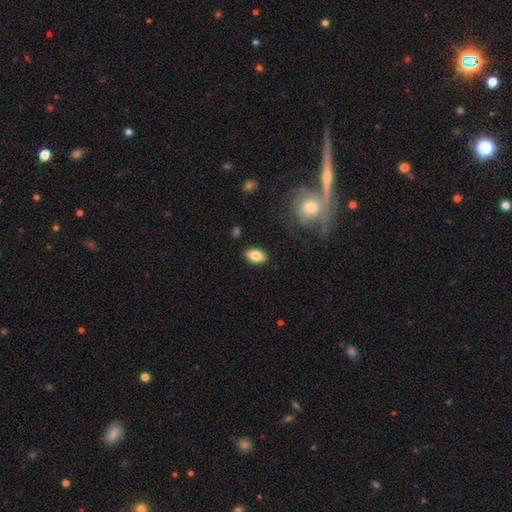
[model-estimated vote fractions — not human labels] The model was most divided on "smooth or featured": smooth: 81%, featured or disk: 11%, star or artifact: 8%. More confident: how rounded — in between (89%); merging — none (88%).